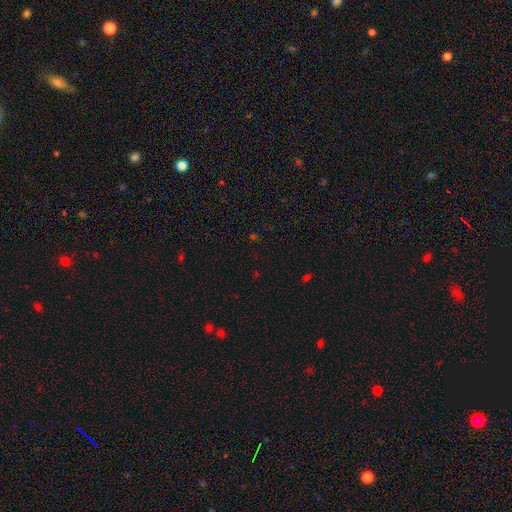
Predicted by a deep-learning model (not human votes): smooth-or-featured: star or artifact: 62% | smooth: 30% | featured or disk: 7%